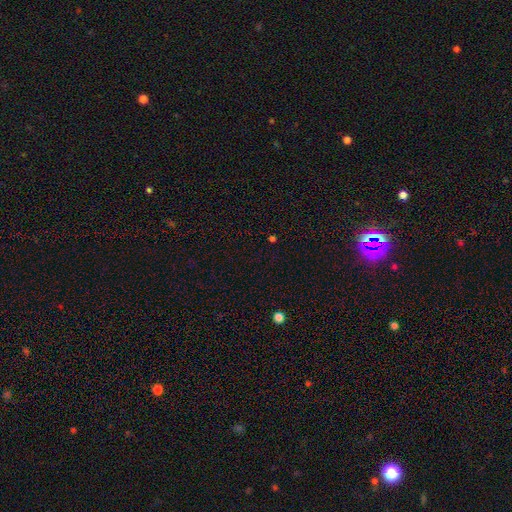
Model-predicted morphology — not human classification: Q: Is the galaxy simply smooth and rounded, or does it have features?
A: star or artifact — 62%.